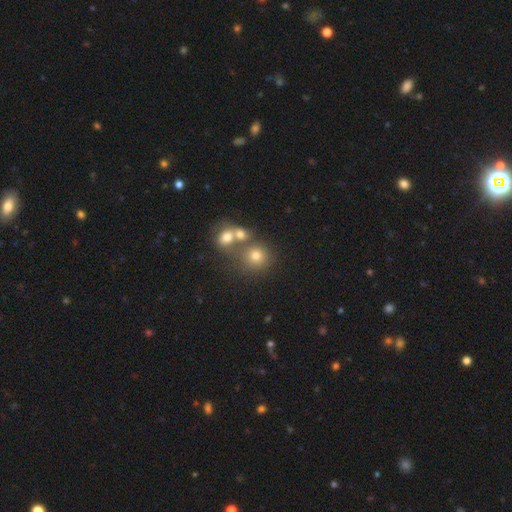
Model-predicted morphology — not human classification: The model was most divided on "merging": none: 52%, merger: 35%, minor disturbance: 9%, major disturbance: 5%. More confident: how rounded — round (84%); smooth or featured — smooth (72%).